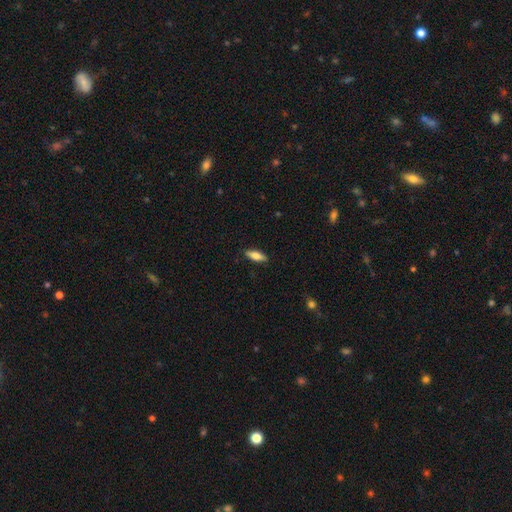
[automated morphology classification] smooth-or-featured: smooth: 71% | featured or disk: 22% | star or artifact: 6%
  how-rounded: in between: 60% | cigar-shaped: 38% | round: 2%
  merging: none: 87% | minor disturbance: 10% | major disturbance: 2% | merger: 1%